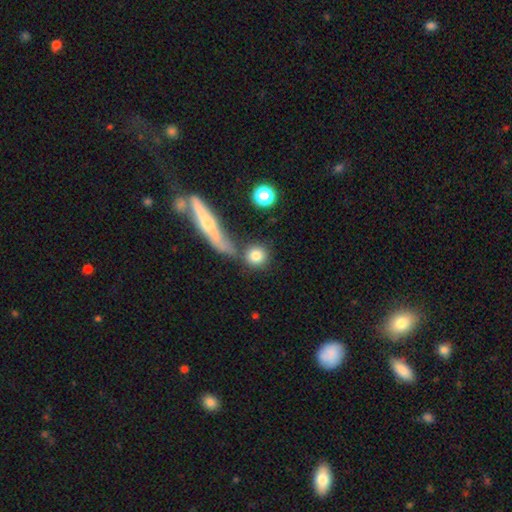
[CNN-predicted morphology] Q: Smooth or featured?
A: smooth (80%); runner-up: featured or disk (11%)
Q: How rounded?
A: round (87%); runner-up: in between (9%)
Q: Merging?
A: none (70%); runner-up: merger (15%)